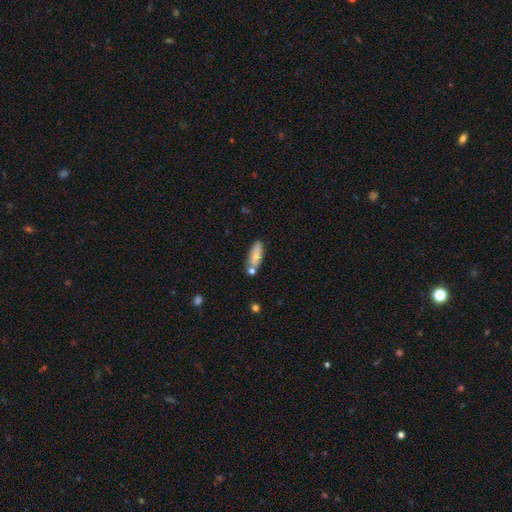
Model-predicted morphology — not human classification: Q: Smooth or featured?
A: smooth (70%); runner-up: featured or disk (24%)
Q: How rounded?
A: in between (63%); runner-up: cigar-shaped (34%)
Q: Merging?
A: none (65%); runner-up: minor disturbance (18%)